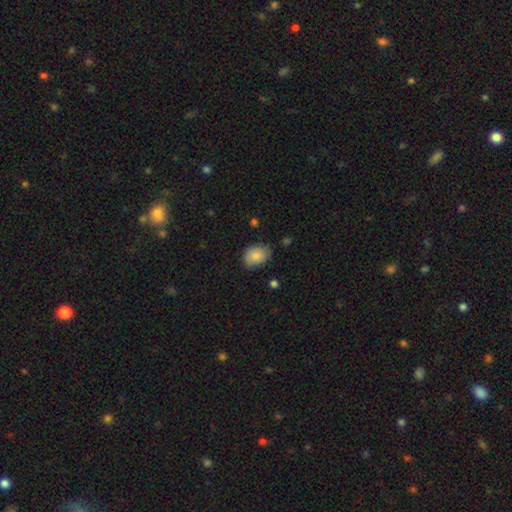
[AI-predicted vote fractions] This appears to be a smooth galaxy with no disk features (85%) that is in between round and cigar-shaped (76%). Merging: none (70%).